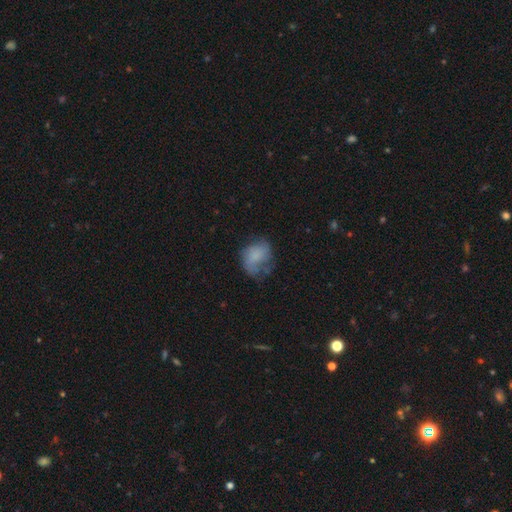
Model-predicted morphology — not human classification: This appears to be a smooth galaxy with no disk features (61%) that is in between round and cigar-shaped (55%). Merging: none (40%).